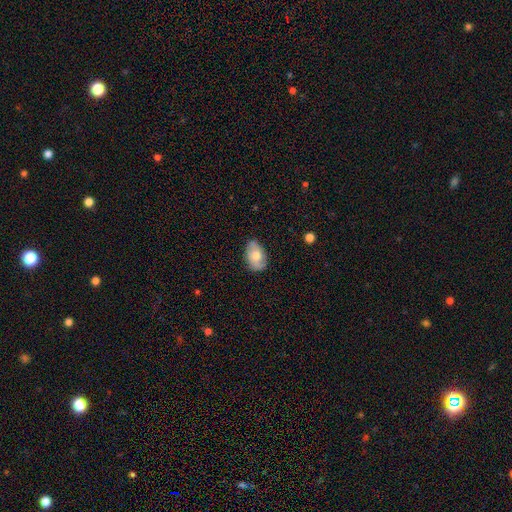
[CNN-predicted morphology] Smooth or featured? Predicted: smooth (p=0.60). How rounded? Predicted: in between (p=0.88). Merging? Predicted: none (p=0.74).